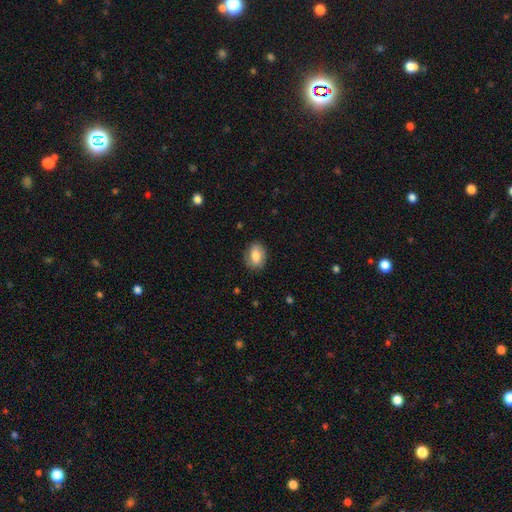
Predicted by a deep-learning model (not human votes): Overall: smooth (75%). How rounded: in between (77%). Merging: none (77%).